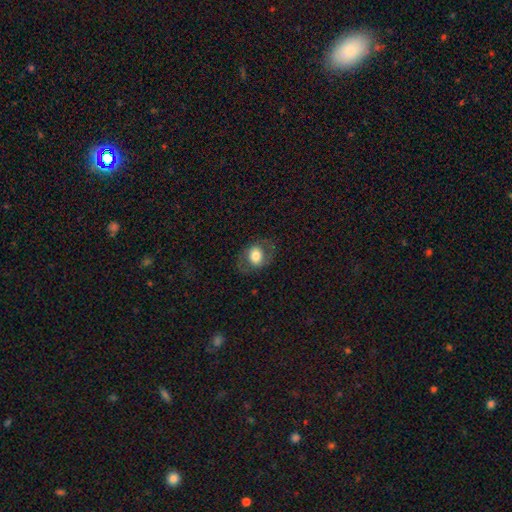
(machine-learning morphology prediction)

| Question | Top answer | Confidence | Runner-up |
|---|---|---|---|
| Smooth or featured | smooth | 63% | featured or disk (29%) |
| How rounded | in between | 58% | round (41%) |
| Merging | none | 74% | minor disturbance (15%) |